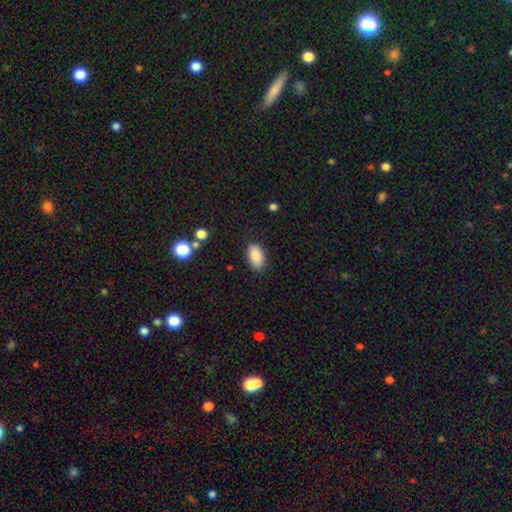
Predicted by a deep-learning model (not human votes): Q: Smooth or featured?
A: smooth (87%); runner-up: star or artifact (8%)
Q: How rounded?
A: in between (93%); runner-up: round (5%)
Q: Merging?
A: none (84%); runner-up: minor disturbance (12%)